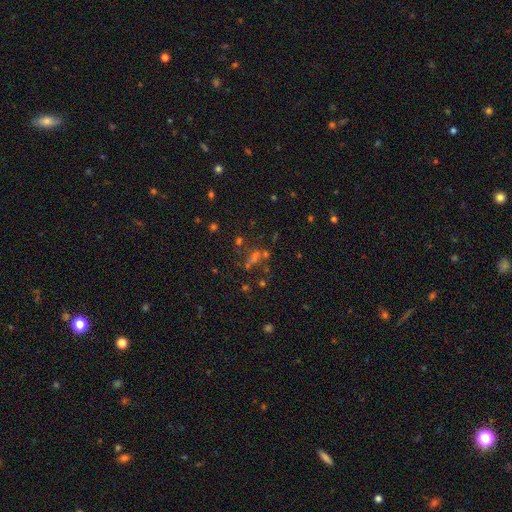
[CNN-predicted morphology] Smooth or featured? Predicted: star or artifact (p=0.47).